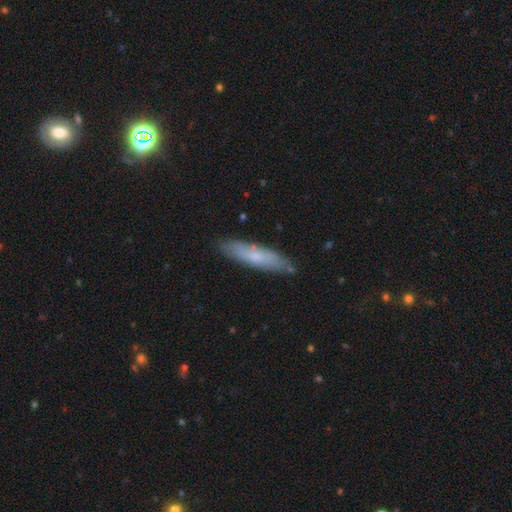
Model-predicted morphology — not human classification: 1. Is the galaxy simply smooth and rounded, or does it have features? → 62% smooth, 32% featured or disk, 6% star or artifact.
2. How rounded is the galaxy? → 79% cigar-shaped, 20% in between, 1% round.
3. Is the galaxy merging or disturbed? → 84% none, 12% minor disturbance, 2% major disturbance, 2% merger.